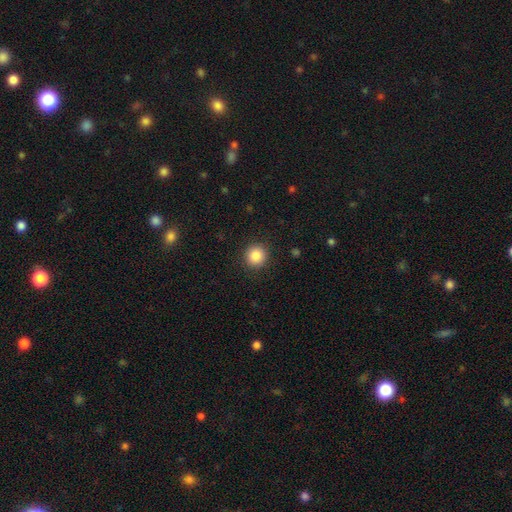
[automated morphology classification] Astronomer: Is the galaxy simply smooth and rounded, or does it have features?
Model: smooth — 85%.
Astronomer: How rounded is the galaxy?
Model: round — 92%.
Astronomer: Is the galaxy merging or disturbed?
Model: none — 91%.